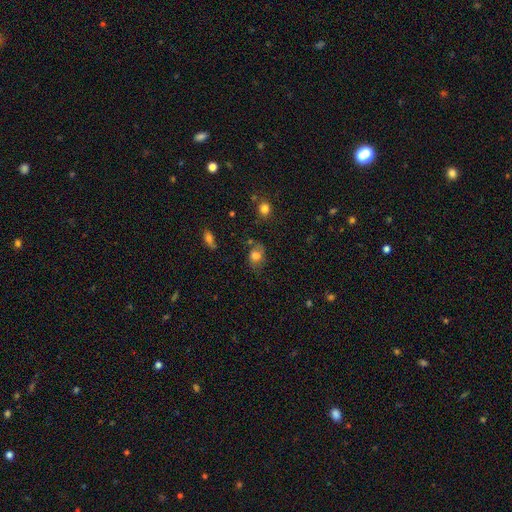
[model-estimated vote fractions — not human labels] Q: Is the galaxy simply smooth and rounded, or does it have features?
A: smooth — 67%.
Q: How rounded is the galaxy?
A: in between — 63%.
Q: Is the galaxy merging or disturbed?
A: none — 56%.